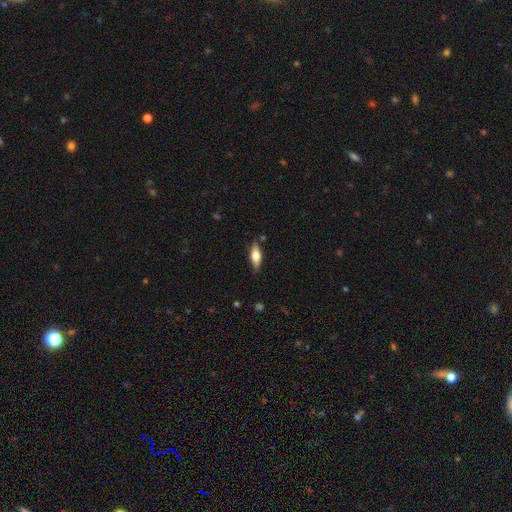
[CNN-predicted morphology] Smooth or featured? smooth (60%)
How rounded? in between (62%)
Merging? none (82%)